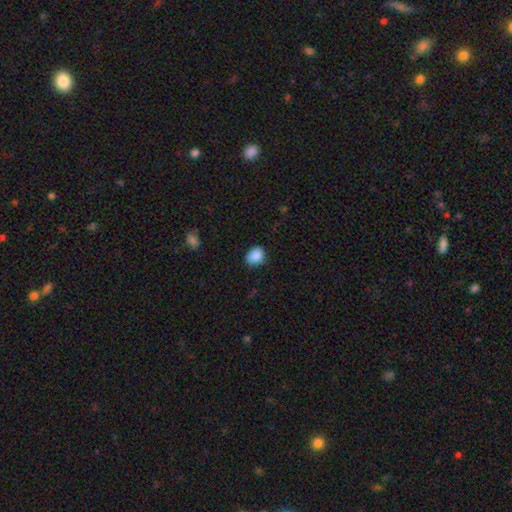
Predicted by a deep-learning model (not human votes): smooth 86%, star or artifact 9%, featured or disk 5%. Down the decision tree: how rounded — round (62%); merging — none (71%).